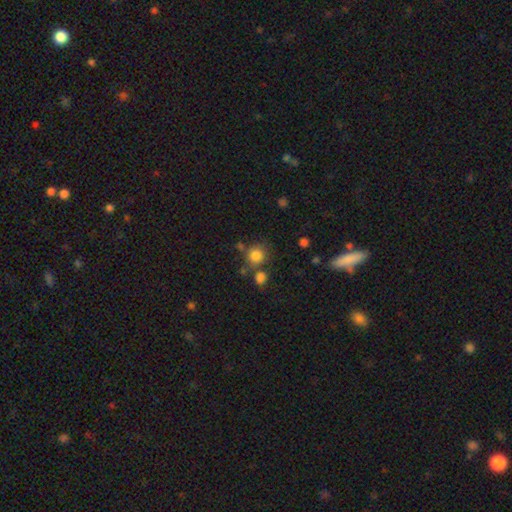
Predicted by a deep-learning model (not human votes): smooth 81%, star or artifact 12%, featured or disk 7%. Down the decision tree: how rounded — round (86%); merging — none (67%).